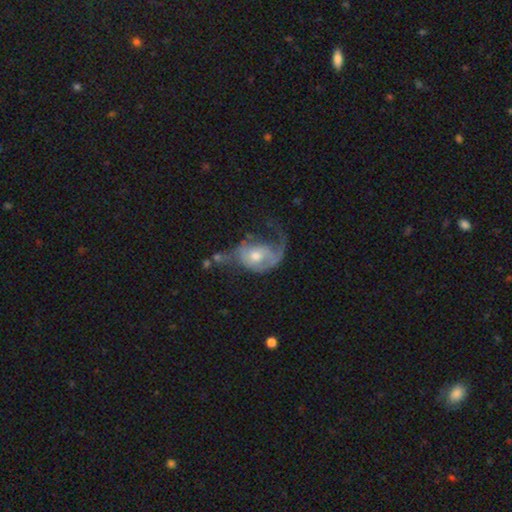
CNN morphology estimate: This appears to be a featured or disk galaxy (66%) with no bar (73%), spiral arms (73%) and a moderate central bulge (63%). Merging: major disturbance (53%).